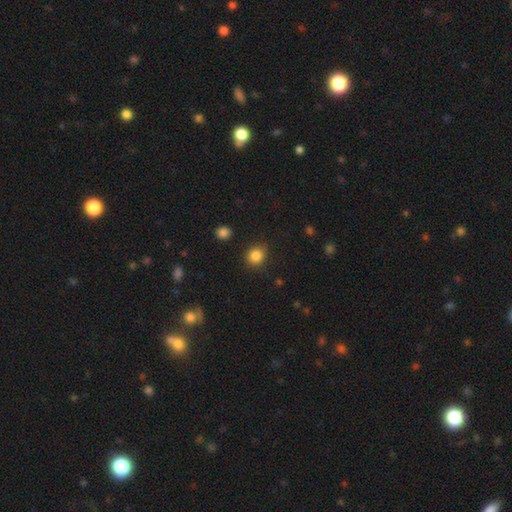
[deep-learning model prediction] The model was most divided on "how rounded": round: 83%, in between: 16%, cigar-shaped: 1%. More confident: merging — none (86%); smooth or featured — smooth (85%).